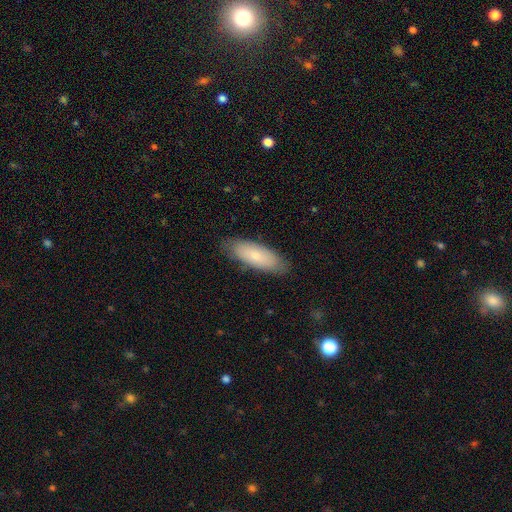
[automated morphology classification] Smooth or featured?
  - smooth: 70% *
  - featured or disk: 23%
  - star or artifact: 6%
How rounded?
  - in between: 72% *
  - cigar-shaped: 26%
  - round: 2%
Merging?
  - none: 82% *
  - minor disturbance: 14%
  - major disturbance: 3%
  - merger: 1%